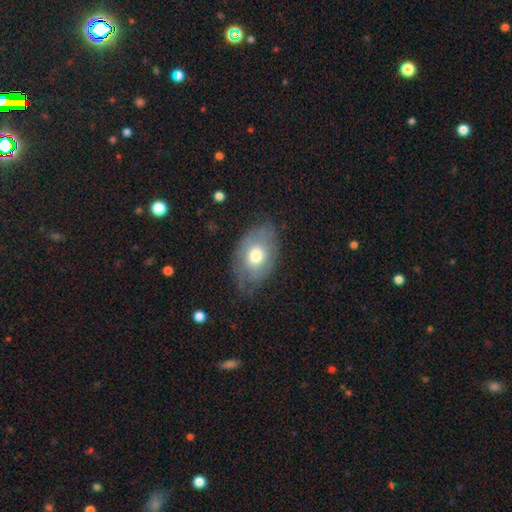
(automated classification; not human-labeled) Smooth or featured: smooth — 60% (featured or disk — 33%)
How rounded: in between — 83% (round — 16%)
Merging: none — 65% (minor disturbance — 25%)